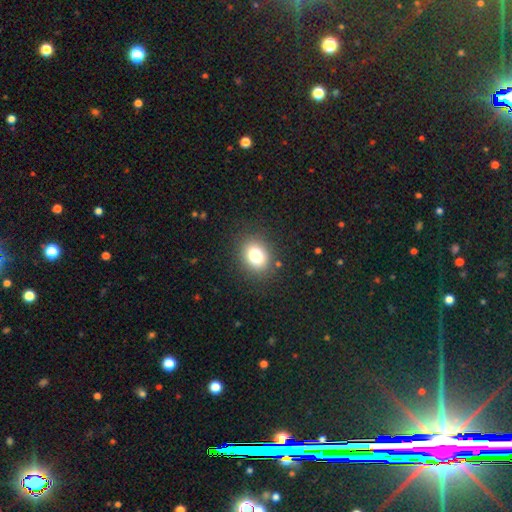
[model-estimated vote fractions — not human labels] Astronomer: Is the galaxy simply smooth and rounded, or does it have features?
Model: smooth — 78%.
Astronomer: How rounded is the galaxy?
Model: round — 52% (runner-up: in between, 47%).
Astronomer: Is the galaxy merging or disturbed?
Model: none — 87%.